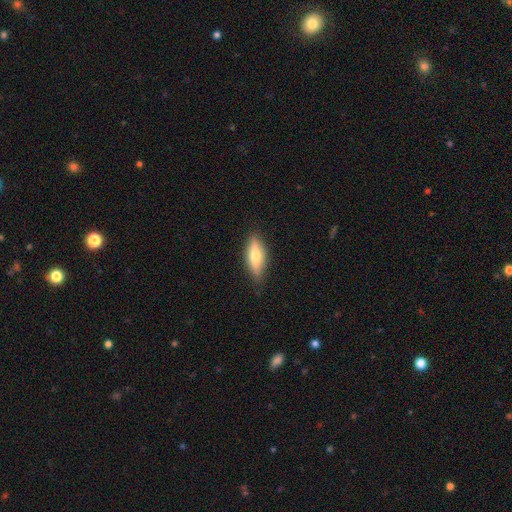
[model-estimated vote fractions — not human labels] smooth 55%, featured or disk 39%, star or artifact 7%. Down the decision tree: how rounded — in between (55%); merging — none (82%).